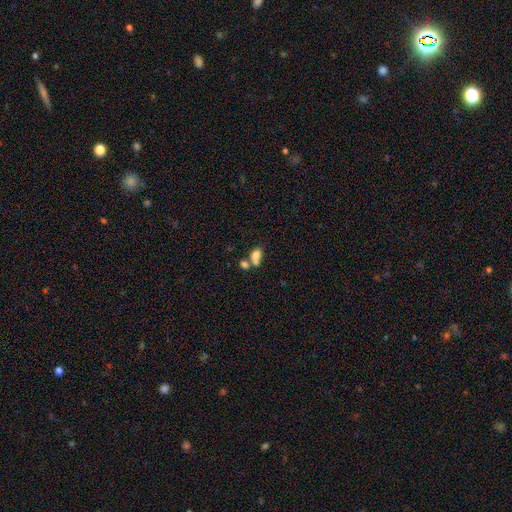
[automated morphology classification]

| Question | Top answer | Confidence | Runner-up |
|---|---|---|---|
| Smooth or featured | smooth | 75% | featured or disk (14%) |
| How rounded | in between | 74% | round (24%) |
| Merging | merger | 58% | none (28%) |